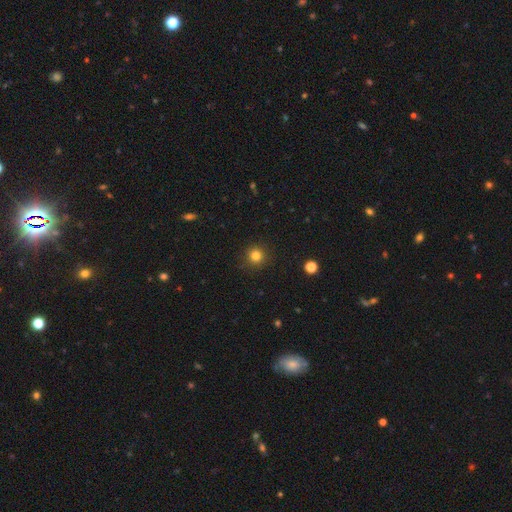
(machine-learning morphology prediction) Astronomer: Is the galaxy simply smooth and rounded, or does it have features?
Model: smooth — 81%.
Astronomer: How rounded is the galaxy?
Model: round — 95%.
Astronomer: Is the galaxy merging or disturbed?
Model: none — 91%.